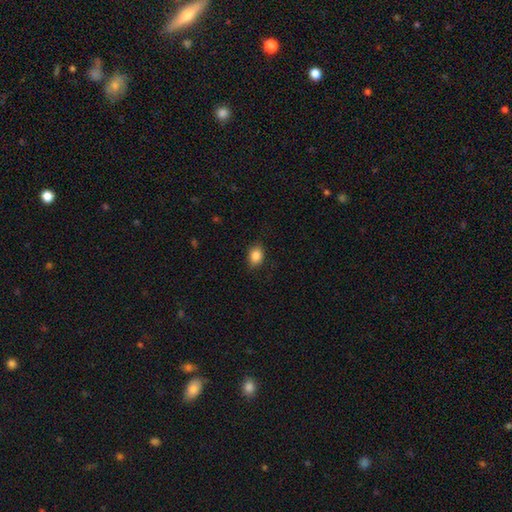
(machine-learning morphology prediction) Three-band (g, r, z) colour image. It shows a smooth galaxy with no disk features (87%) that is in between round and cigar-shaped (65%). Merging: none (84%).